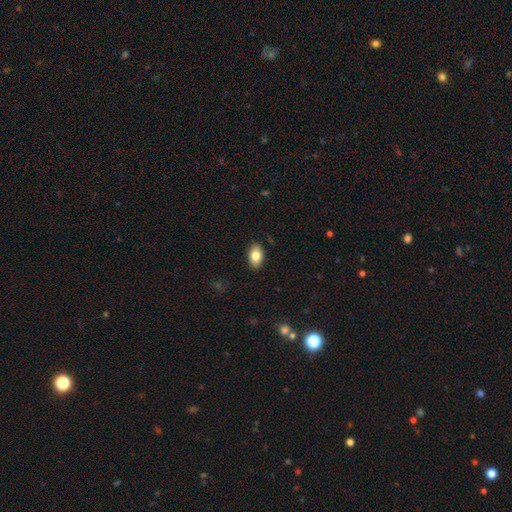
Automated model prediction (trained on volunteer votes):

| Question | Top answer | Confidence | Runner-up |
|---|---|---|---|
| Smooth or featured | smooth | 82% | featured or disk (11%) |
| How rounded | in between | 91% | round (7%) |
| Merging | none | 88% | minor disturbance (9%) |